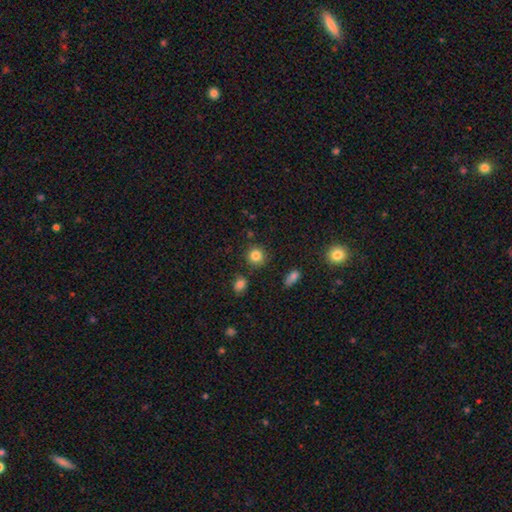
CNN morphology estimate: A smooth galaxy with no disk features (83%) that is round (90%). Merging: none (85%).